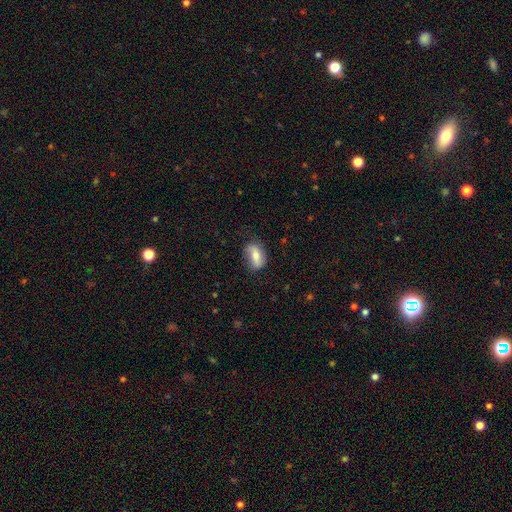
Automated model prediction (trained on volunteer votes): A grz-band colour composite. It shows a smooth galaxy with no disk features (56%) that is in between round and cigar-shaped (81%). Merging: none (66%).